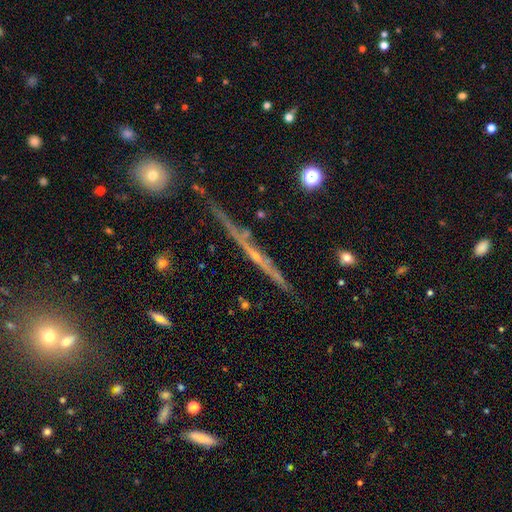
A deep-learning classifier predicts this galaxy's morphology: Smooth or featured? Predicted: featured or disk (p=0.75). Edge-on disk? Predicted: yes (p=0.95). Edge-on bulge? Predicted: none (p=0.55). Merging? Predicted: none (p=0.74).